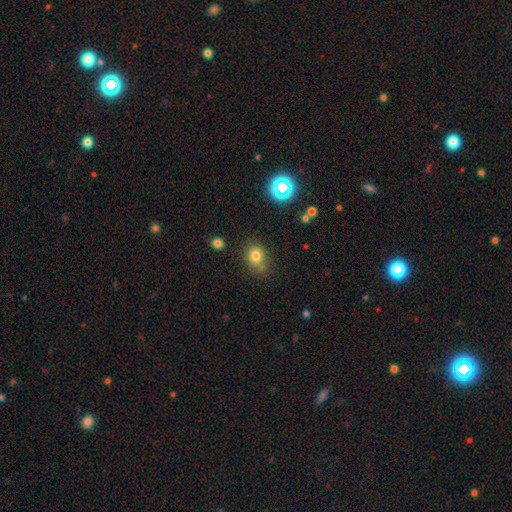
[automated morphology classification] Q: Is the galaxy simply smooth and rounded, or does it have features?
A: smooth — 78%.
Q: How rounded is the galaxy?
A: round — 55%.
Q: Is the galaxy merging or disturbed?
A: none — 66%.